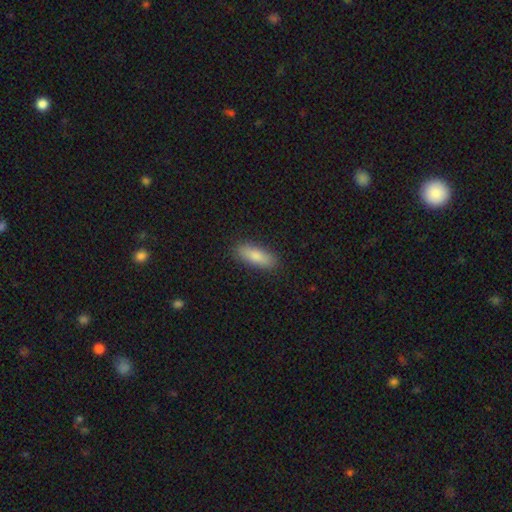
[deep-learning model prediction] This is clearly a smooth galaxy (84%). How rounded: likely in between (62%). Merging: clearly none (89%).